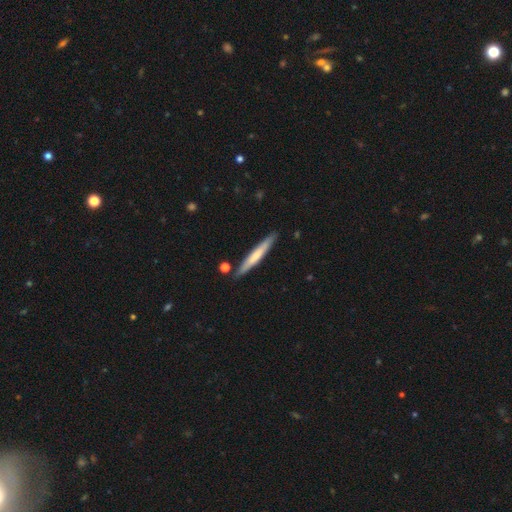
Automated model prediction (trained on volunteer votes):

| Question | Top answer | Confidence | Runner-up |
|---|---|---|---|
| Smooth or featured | smooth | 57% | featured or disk (38%) |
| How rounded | cigar-shaped | 95% | in between (4%) |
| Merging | none | 86% | minor disturbance (9%) |